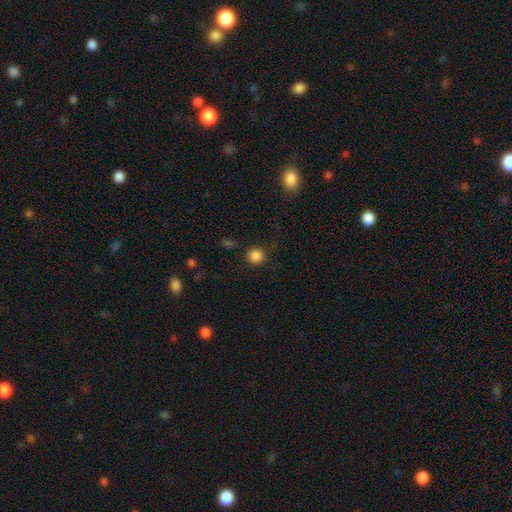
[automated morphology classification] smooth_or_featured: smooth (p=0.85) [alt: star or artifact p=0.12]
how_rounded: round (p=0.94) [alt: in between p=0.05]
merging: none (p=0.87) [alt: minor disturbance p=0.08]